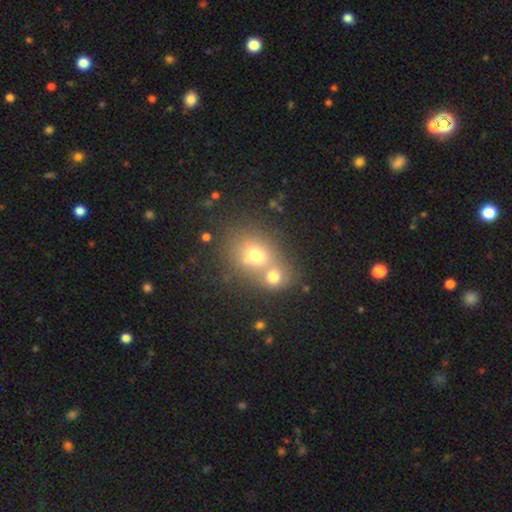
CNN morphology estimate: Q: Smooth or featured?
A: smooth (67%); runner-up: featured or disk (18%)
Q: How rounded?
A: round (64%); runner-up: in between (35%)
Q: Merging?
A: merger (57%); runner-up: none (32%)